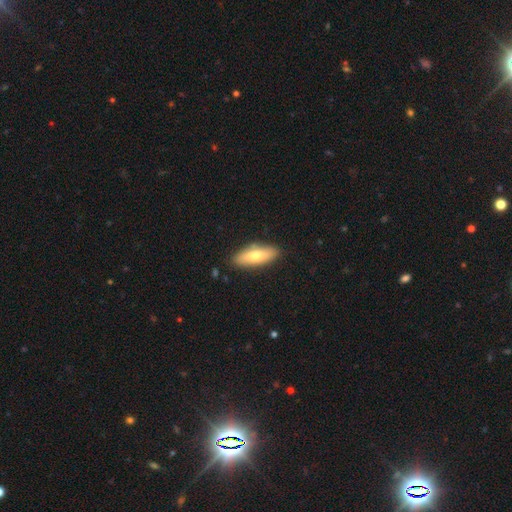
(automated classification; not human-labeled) Q: Smooth or featured?
A: smooth (70%); runner-up: featured or disk (25%)
Q: How rounded?
A: in between (65%); runner-up: cigar-shaped (32%)
Q: Merging?
A: none (86%); runner-up: minor disturbance (10%)